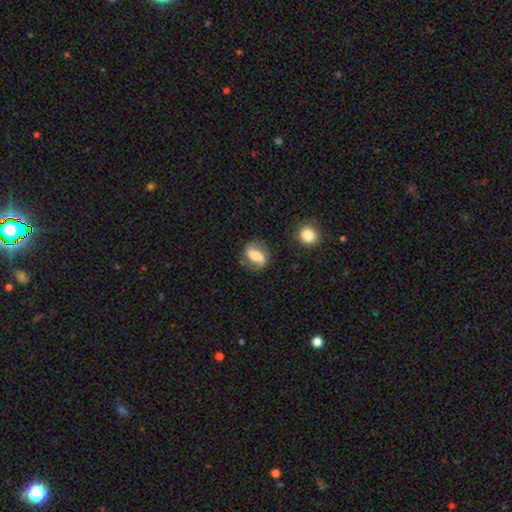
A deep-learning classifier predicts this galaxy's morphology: smooth_or_featured: featured or disk (p=0.51) [alt: smooth p=0.41]
disk_edge_on: no (p=0.93) [alt: yes p=0.07]
merging: none (p=0.68) [alt: minor disturbance p=0.20]